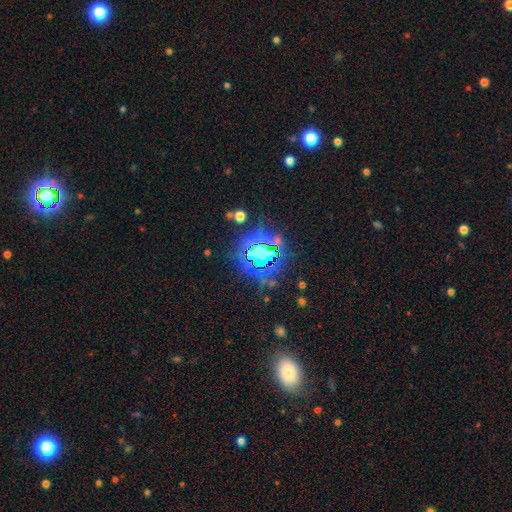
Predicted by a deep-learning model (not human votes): This is likely a star or artifact rather than a galaxy (70%).